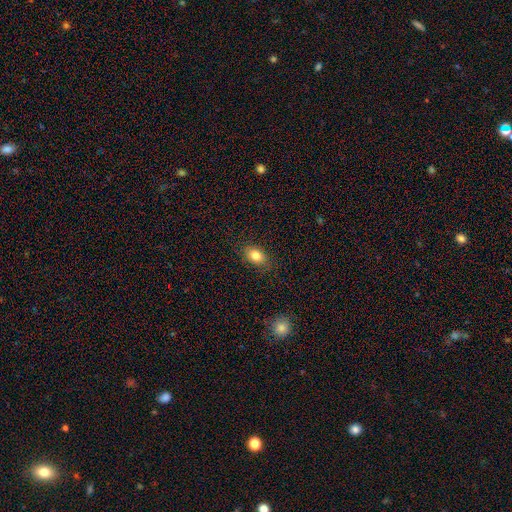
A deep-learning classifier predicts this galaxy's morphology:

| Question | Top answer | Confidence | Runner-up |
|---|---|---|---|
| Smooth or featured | smooth | 83% | star or artifact (9%) |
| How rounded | in between | 82% | round (16%) |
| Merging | none | 84% | minor disturbance (12%) |